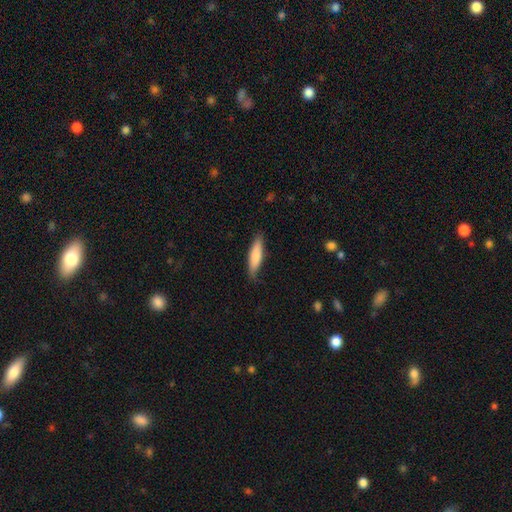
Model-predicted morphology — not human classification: This is likely a smooth galaxy (76%). How rounded: likely cigar-shaped (71%). Merging: likely none (78%).